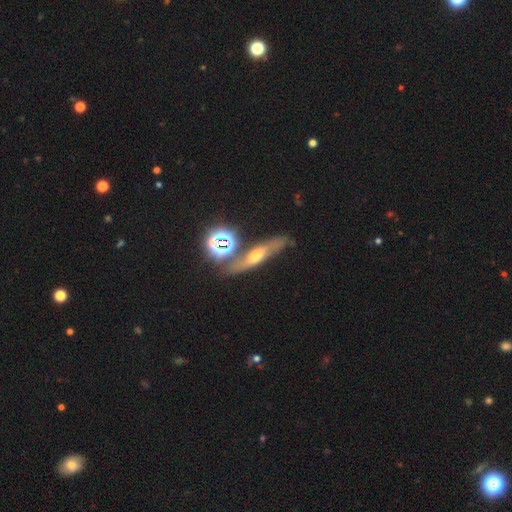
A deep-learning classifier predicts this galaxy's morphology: This appears to be a featured or disk galaxy (44%). Merging: none (68%).